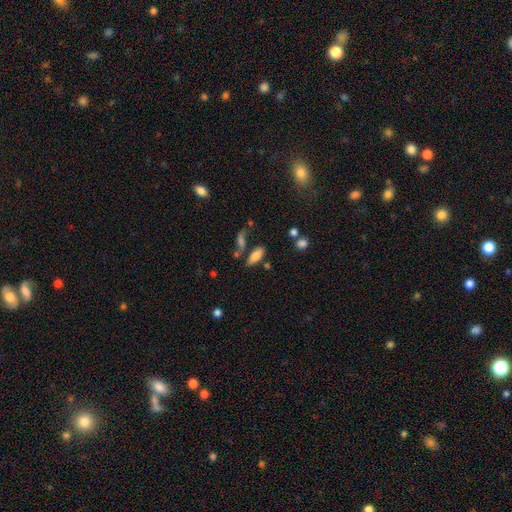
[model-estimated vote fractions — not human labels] A smooth galaxy with no disk features (74%) that is in between round and cigar-shaped (78%).

Vote fractions:
- Smooth or featured? smooth: 74% / featured or disk: 17% / star or artifact: 9%
- How rounded? in between: 78% / cigar-shaped: 19% / round: 3%
- Merging? none: 65% / minor disturbance: 15% / merger: 14% / major disturbance: 6%